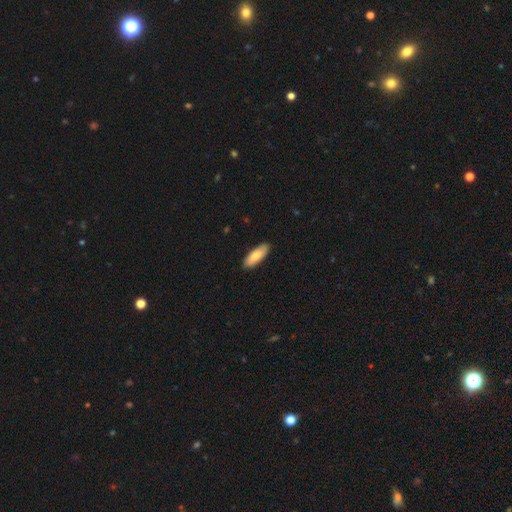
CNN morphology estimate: A smooth galaxy with no disk features (79%) that is in between round and cigar-shaped (67%). Merging: none (89%).